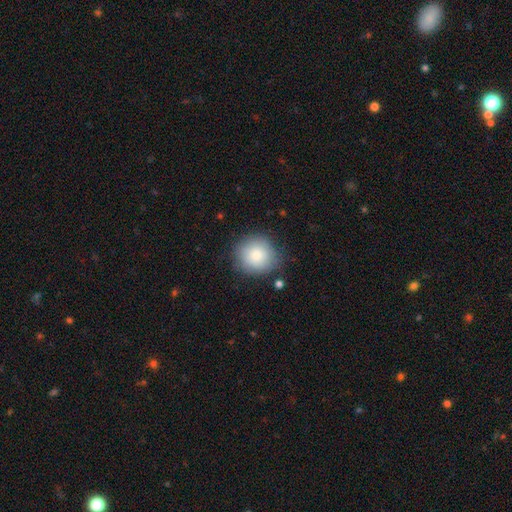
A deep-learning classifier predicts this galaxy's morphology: A smooth galaxy with no disk features (82%) that is round (89%). Merging: none (79%).